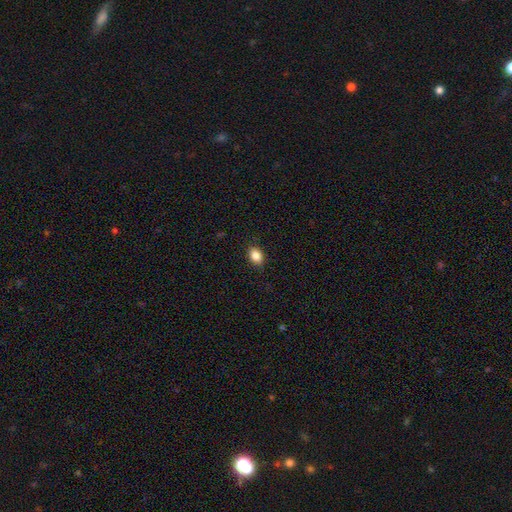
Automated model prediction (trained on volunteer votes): Smooth or featured: smooth — 86% (star or artifact — 9%)
How rounded: in between — 73% (round — 26%)
Merging: none — 87% (minor disturbance — 10%)